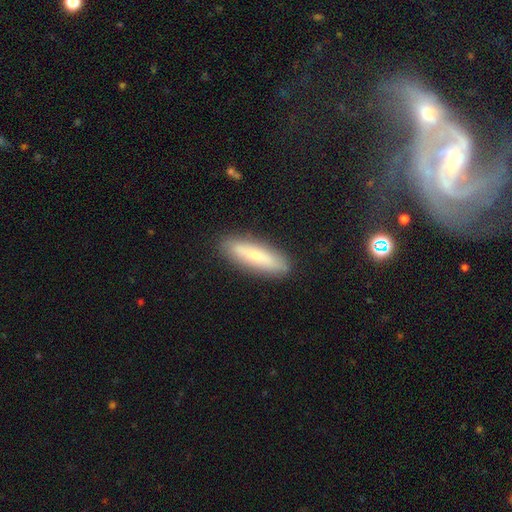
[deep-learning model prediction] Overall: smooth (59%; featured or disk 34%). How rounded: cigar-shaped (61%; in between 37%). Merging: none (88%).